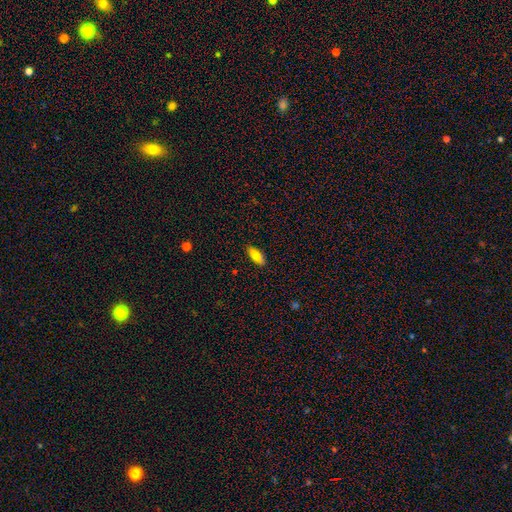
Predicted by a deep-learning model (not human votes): smooth 75%, featured or disk 17%, star or artifact 8%. Down the decision tree: how rounded — in between (76%); merging — none (84%).